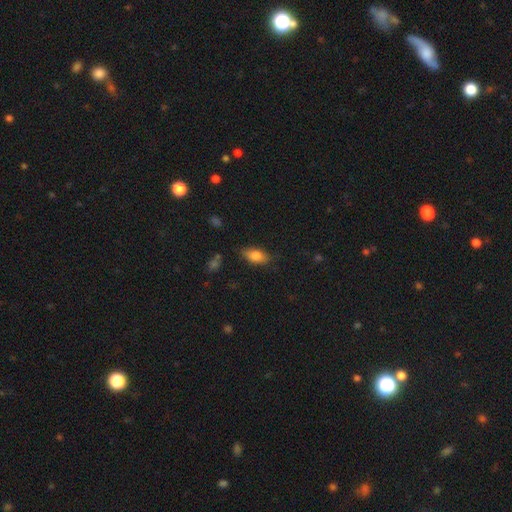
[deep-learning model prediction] Smooth or featured?
  - smooth: 80% *
  - featured or disk: 12%
  - star or artifact: 8%
How rounded?
  - in between: 87% *
  - cigar-shaped: 8%
  - round: 5%
Merging?
  - none: 77% *
  - minor disturbance: 17%
  - major disturbance: 4%
  - merger: 2%